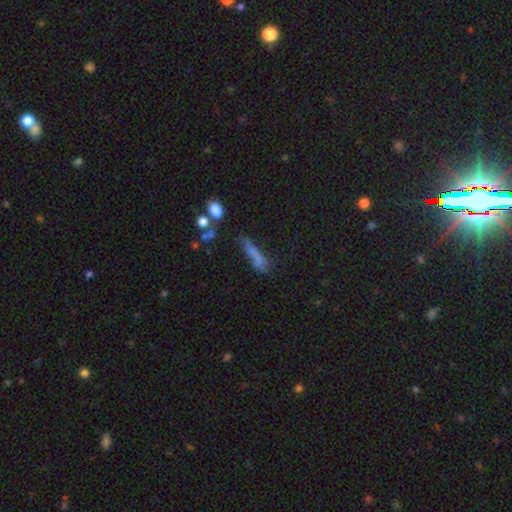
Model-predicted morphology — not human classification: type=smooth (57%); roundness=cigar-shaped (72%); merging=none (37%).